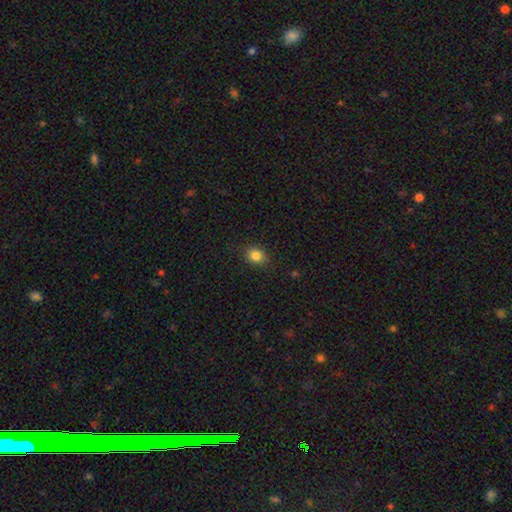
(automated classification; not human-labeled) The model was most divided on "how rounded": round: 60%, in between: 39%, cigar-shaped: 1%. More confident: merging — none (86%); smooth or featured — smooth (84%).